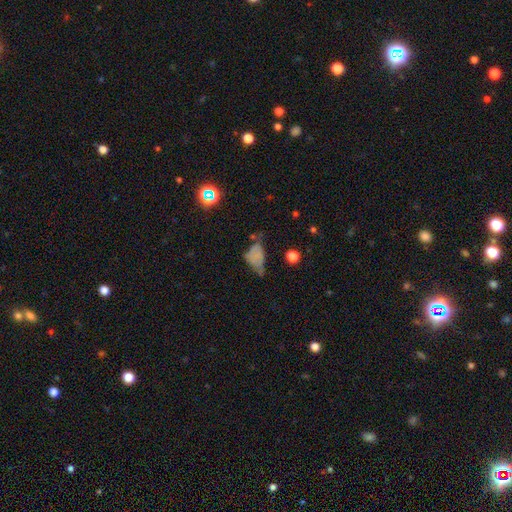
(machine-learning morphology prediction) Smooth or featured: smooth — 60% (featured or disk — 23%)
How rounded: in between — 84% (round — 12%)
Merging: minor disturbance — 33% (major disturbance — 32%)